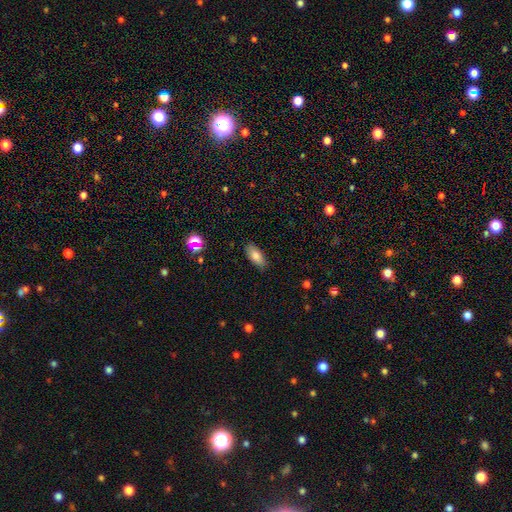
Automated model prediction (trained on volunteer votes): A smooth galaxy with no disk features (81%) that is in between round and cigar-shaped (86%). Merging: none (87%).